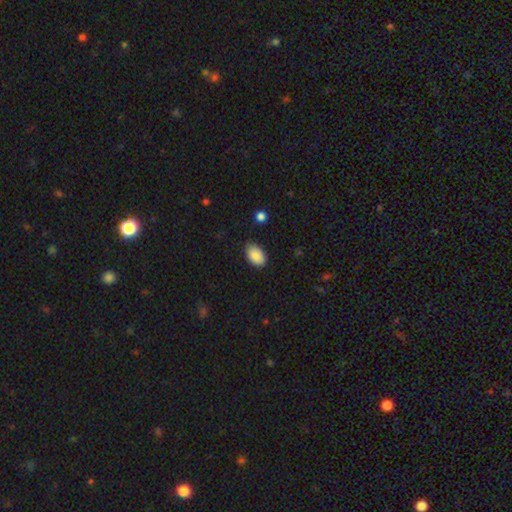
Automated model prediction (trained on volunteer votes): smooth-or-featured: smooth: 89% | star or artifact: 7% | featured or disk: 4%
  how-rounded: in between: 91% | round: 8% | cigar-shaped: 1%
  merging: none: 81% | minor disturbance: 15% | major disturbance: 3% | merger: 1%